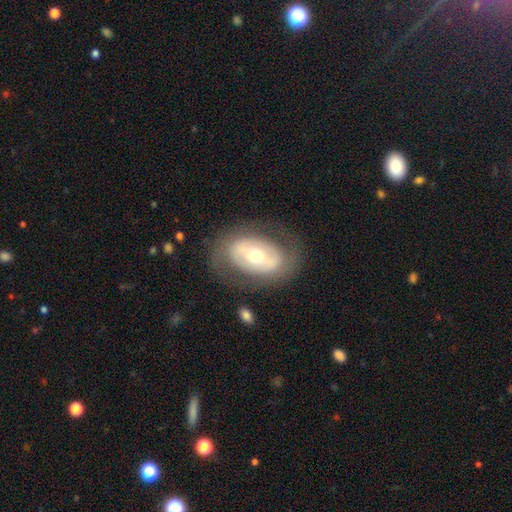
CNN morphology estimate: featured or disk 62%, smooth 32%, star or artifact 6%. Down the decision tree: edge-on disk — no (93%); bar — no (46%); spiral arms — no (64%); bulge size — moderate (67%); merging — none (75%).